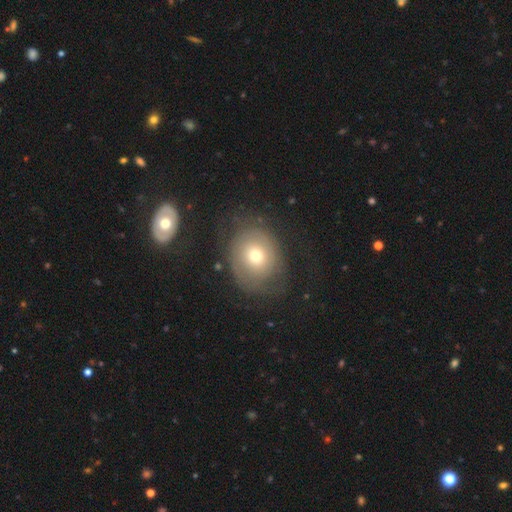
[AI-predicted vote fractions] Overall: smooth (53%; featured or disk 37%). How rounded: round (63%; in between 36%). Merging: none (64%).